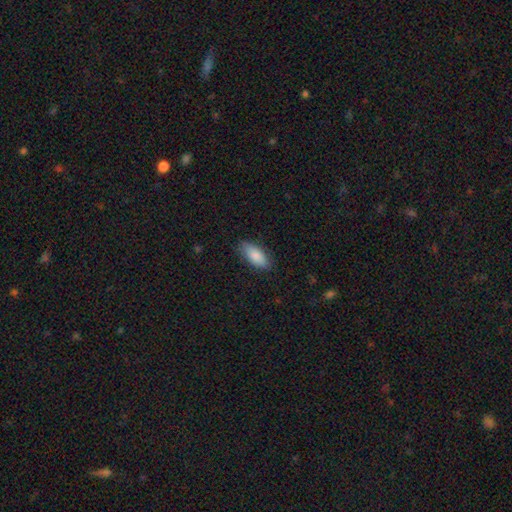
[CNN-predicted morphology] Smooth or featured?
  - smooth: 84% *
  - featured or disk: 9%
  - star or artifact: 6%
How rounded?
  - in between: 85% *
  - cigar-shaped: 13%
  - round: 2%
Merging?
  - none: 82% *
  - minor disturbance: 14%
  - major disturbance: 3%
  - merger: 1%